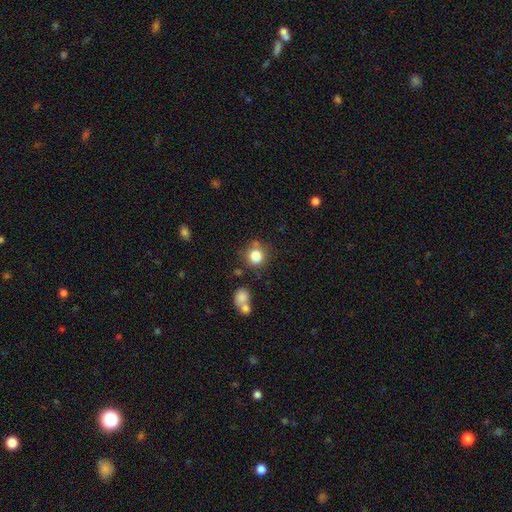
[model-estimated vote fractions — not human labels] smooth_or_featured: smooth (p=0.82) [alt: star or artifact p=0.11]
how_rounded: round (p=0.89) [alt: in between p=0.10]
merging: none (p=0.75) [alt: minor disturbance p=0.12]